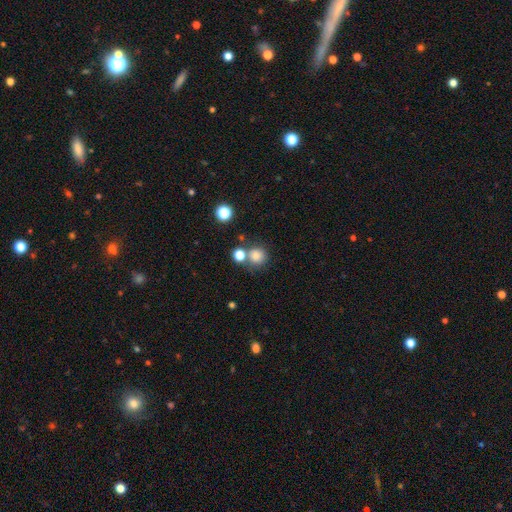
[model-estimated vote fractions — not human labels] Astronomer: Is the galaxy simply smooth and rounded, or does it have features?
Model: smooth — 79%.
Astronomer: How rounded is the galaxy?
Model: round — 90%.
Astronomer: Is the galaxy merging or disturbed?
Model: none — 64%.